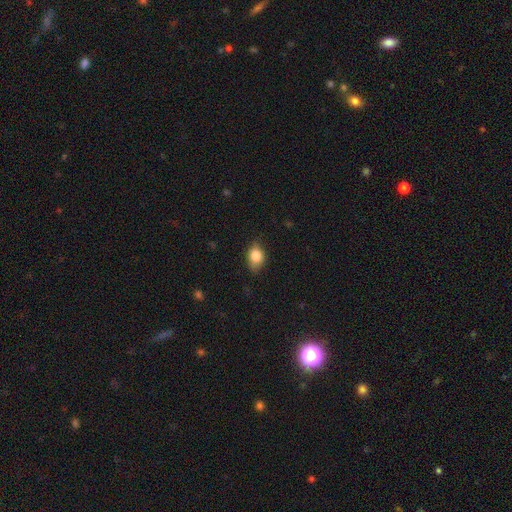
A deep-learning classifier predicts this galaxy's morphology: This appears to be a smooth galaxy with no disk features (82%) that is in between round and cigar-shaped (73%). Merging: none (73%).